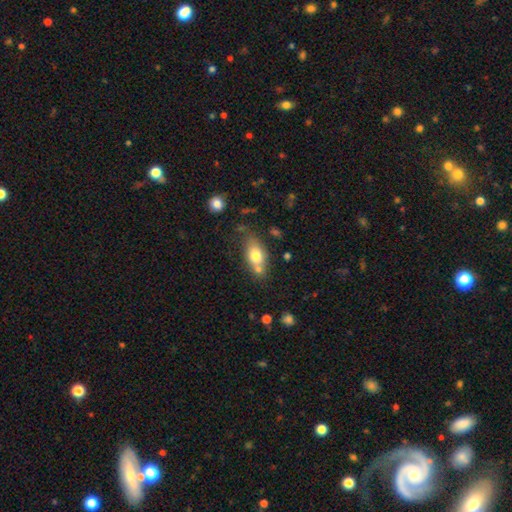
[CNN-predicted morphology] Smooth or featured: smooth — 74% (featured or disk — 18%)
How rounded: in between — 81% (round — 13%)
Merging: none — 52% (merger — 22%)